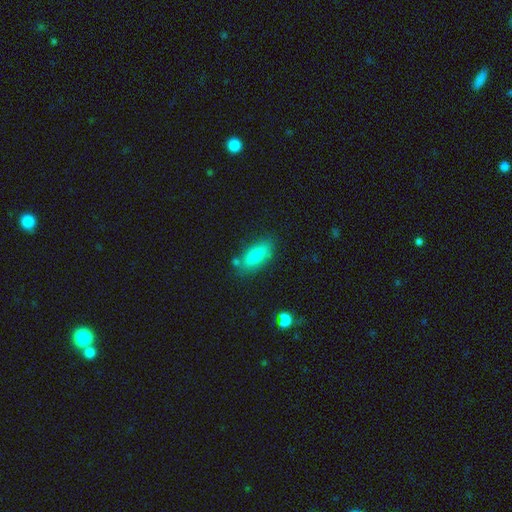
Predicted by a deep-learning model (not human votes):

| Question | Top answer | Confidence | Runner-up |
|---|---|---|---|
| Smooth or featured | smooth | 82% | featured or disk (11%) |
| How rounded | in between | 74% | cigar-shaped (23%) |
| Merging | none | 75% | minor disturbance (15%) |